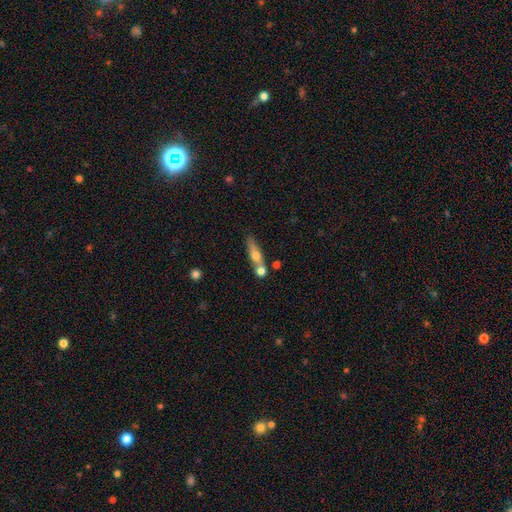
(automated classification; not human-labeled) This appears to be a smooth galaxy with no disk features (52%) that is cigar-shaped (65%). Merging: none (53%).